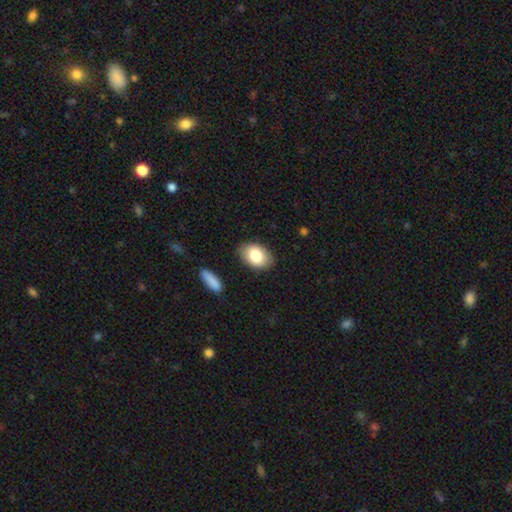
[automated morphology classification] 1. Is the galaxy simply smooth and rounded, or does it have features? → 81% smooth, 12% featured or disk, 7% star or artifact.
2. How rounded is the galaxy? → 86% in between, 13% round, 1% cigar-shaped.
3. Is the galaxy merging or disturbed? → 85% none, 11% minor disturbance, 3% major disturbance, 2% merger.